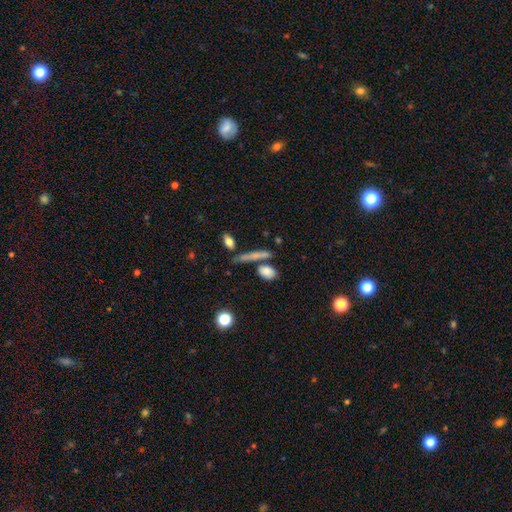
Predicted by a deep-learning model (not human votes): Smooth or featured?
  - smooth: 65% *
  - featured or disk: 24%
  - star or artifact: 11%
How rounded?
  - cigar-shaped: 61% *
  - in between: 27%
  - round: 12%
Merging?
  - none: 62% *
  - merger: 21%
  - minor disturbance: 12%
  - major disturbance: 5%